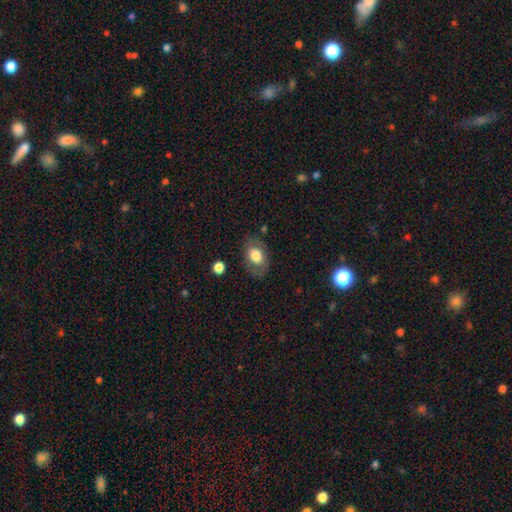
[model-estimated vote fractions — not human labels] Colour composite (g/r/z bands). It shows a smooth galaxy with no disk features (71%) that is in between round and cigar-shaped (81%). Merging: none (76%).